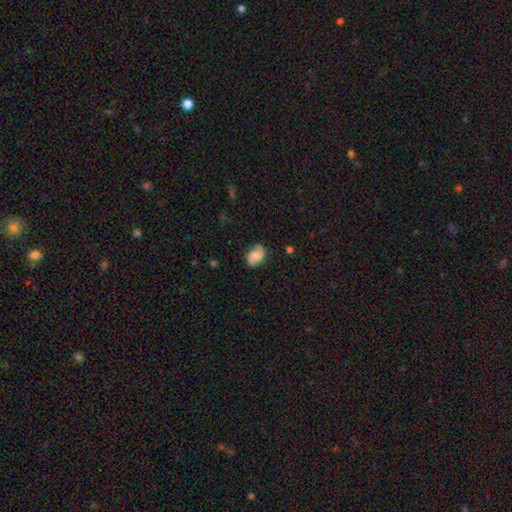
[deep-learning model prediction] A smooth galaxy with no disk features (55%) that is in between round and cigar-shaped (75%). Merging: none (71%).